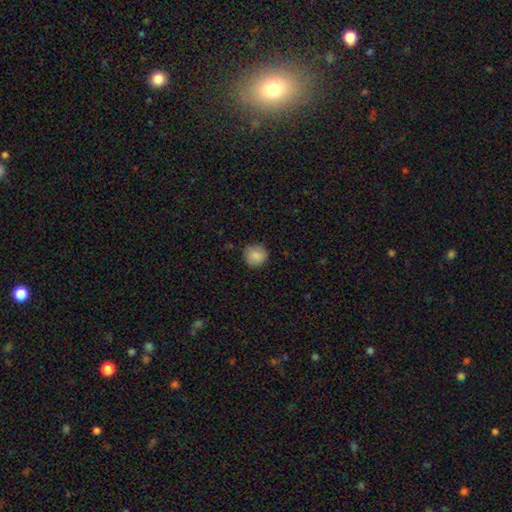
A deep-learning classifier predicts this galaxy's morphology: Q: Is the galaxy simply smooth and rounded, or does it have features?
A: smooth — 87%.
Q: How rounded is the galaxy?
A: round — 92%.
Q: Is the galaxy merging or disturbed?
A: none — 86%.